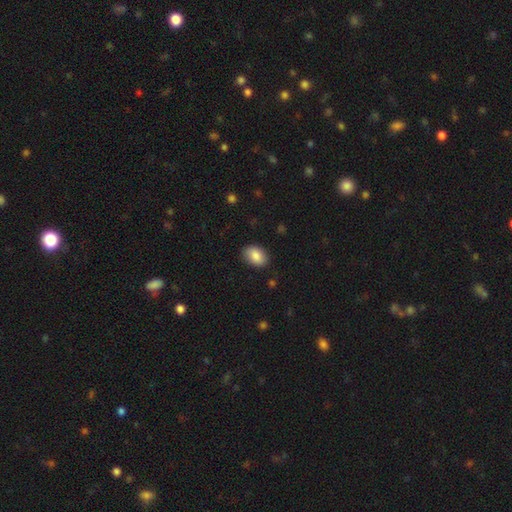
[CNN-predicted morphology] This appears to be a smooth galaxy with no disk features (85%) that is in between round and cigar-shaped (82%). Merging: none (85%).